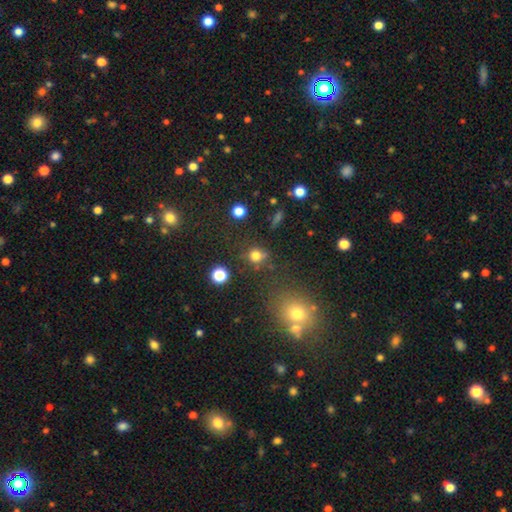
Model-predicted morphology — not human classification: Smooth or featured? Predicted: smooth (p=0.73). How rounded? Predicted: round (p=0.82). Merging? Predicted: none (p=0.69).